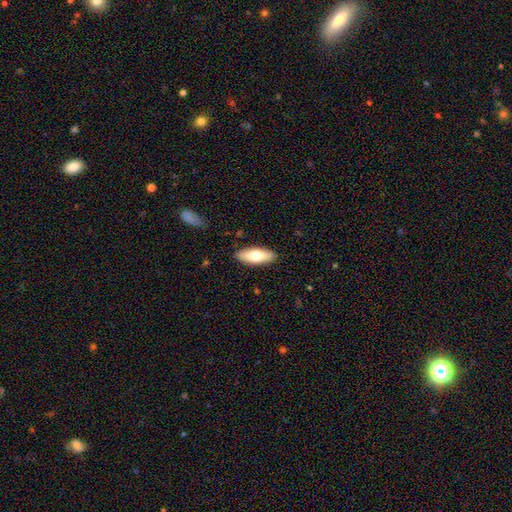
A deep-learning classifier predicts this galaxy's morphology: smooth 69%, featured or disk 25%, star or artifact 6%. Down the decision tree: how rounded — in between (72%); merging — none (88%).